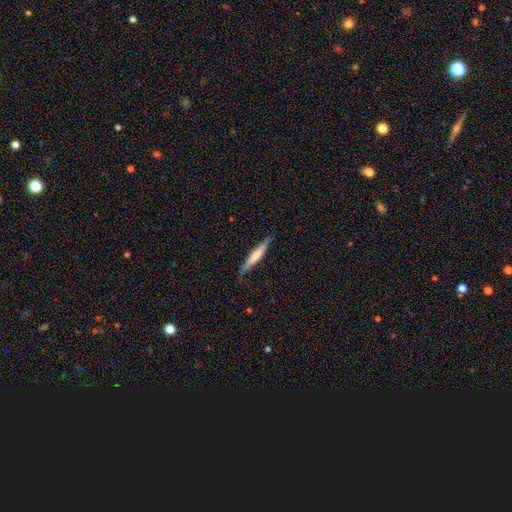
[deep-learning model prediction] Smooth or featured? Predicted: smooth (p=0.57). How rounded? Predicted: cigar-shaped (p=0.94). Merging? Predicted: none (p=0.80).